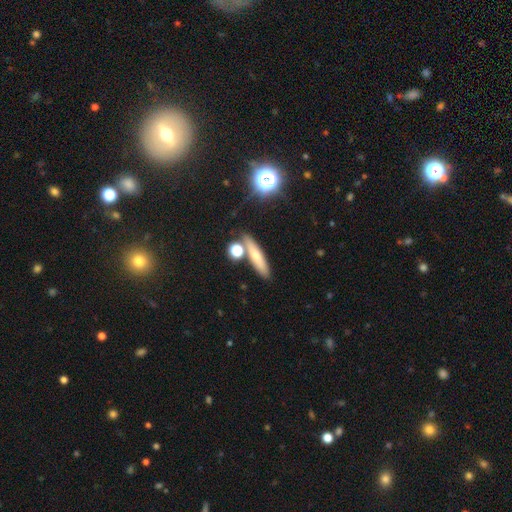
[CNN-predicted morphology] Smooth or featured: smooth — 62% (featured or disk — 26%)
How rounded: cigar-shaped — 73% (in between — 20%)
Merging: none — 75% (merger — 11%)